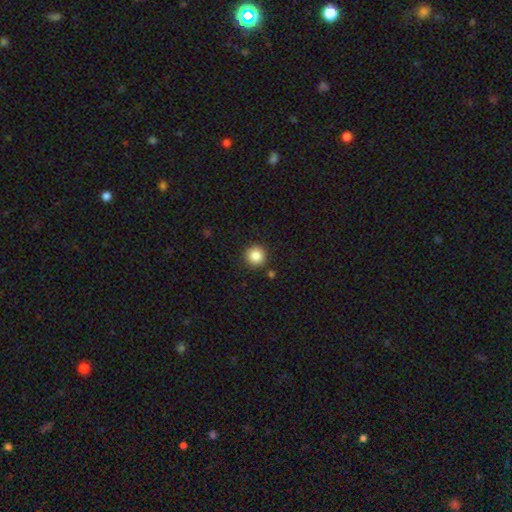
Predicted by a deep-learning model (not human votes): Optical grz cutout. It shows a smooth galaxy with no disk features (86%) that is round (95%). Merging: none (90%).